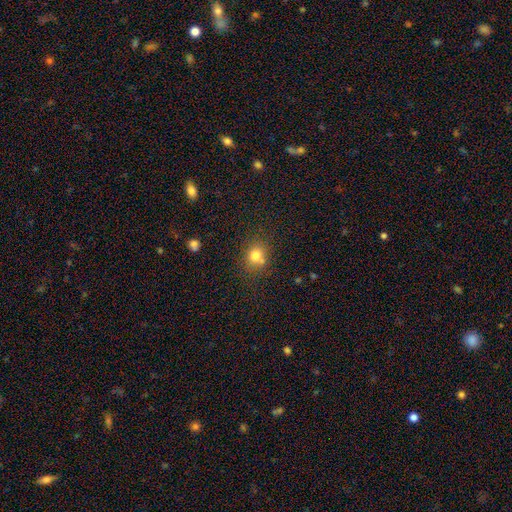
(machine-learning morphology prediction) smooth 78%, star or artifact 13%, featured or disk 9%. Down the decision tree: how rounded — round (66%); merging — none (63%).